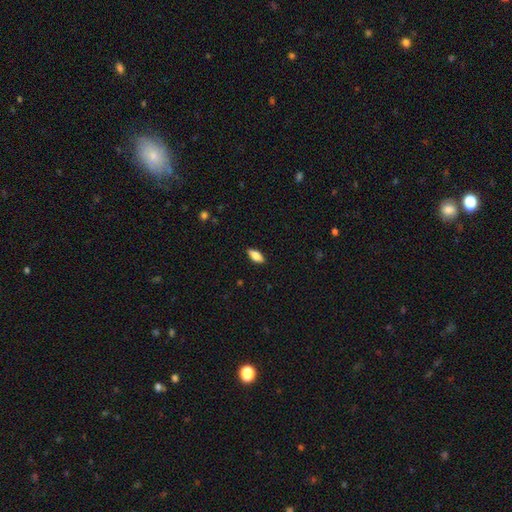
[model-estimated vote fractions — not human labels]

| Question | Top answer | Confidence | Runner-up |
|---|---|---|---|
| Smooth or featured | smooth | 83% | featured or disk (10%) |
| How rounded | in between | 82% | cigar-shaped (16%) |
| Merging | none | 88% | minor disturbance (9%) |